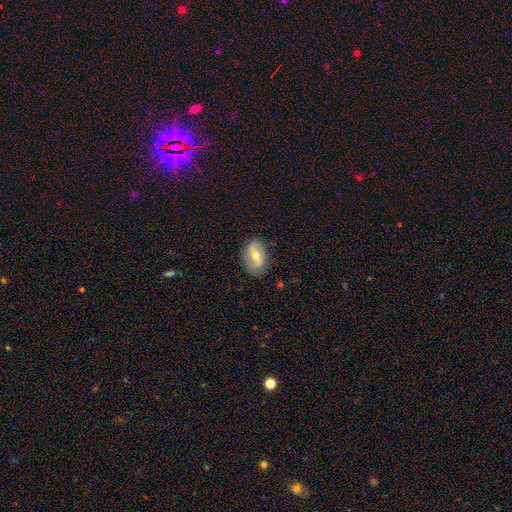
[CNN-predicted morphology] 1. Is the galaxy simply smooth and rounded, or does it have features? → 61% featured or disk, 32% smooth, 7% star or artifact.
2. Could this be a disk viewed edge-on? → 92% no, 8% yes.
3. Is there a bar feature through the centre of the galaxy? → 42% weak, 36% strong, 22% no.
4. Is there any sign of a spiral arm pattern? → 69% yes, 31% no.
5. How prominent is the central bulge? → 70% moderate, 23% small, 5% large, 1% none, 1% dominant.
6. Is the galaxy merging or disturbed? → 78% none, 16% minor disturbance, 5% major disturbance, 1% merger.